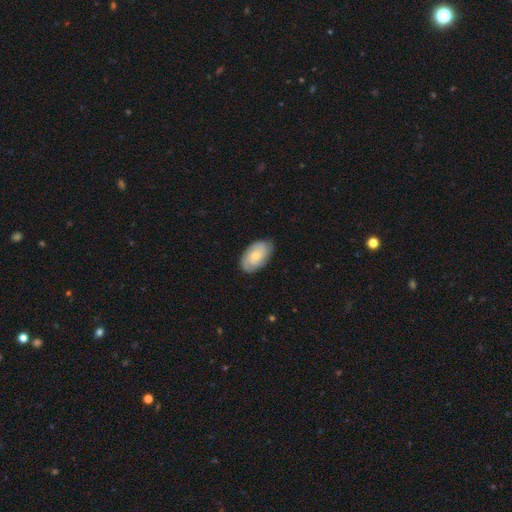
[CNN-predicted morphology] Overall: featured or disk (54%; smooth 39%). Edge-on disk: no (95%). Bar: no (78%). Spiral arms: yes (87%). Bulge size: small (60%; moderate 33%). Merging: none (80%).